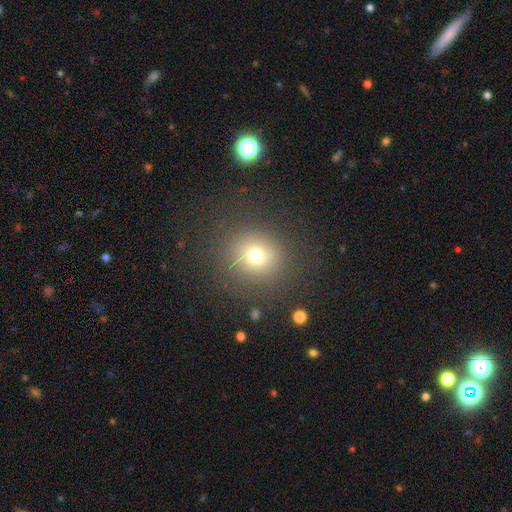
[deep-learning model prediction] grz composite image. It shows a smooth galaxy with no disk features (70%) that is round (89%). Merging: none (83%).